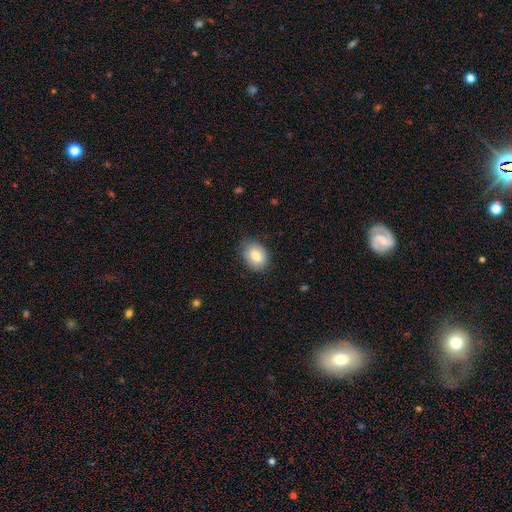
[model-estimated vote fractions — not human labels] Morphology: type=smooth (78%); roundness=in between (76%); merging=none (81%).